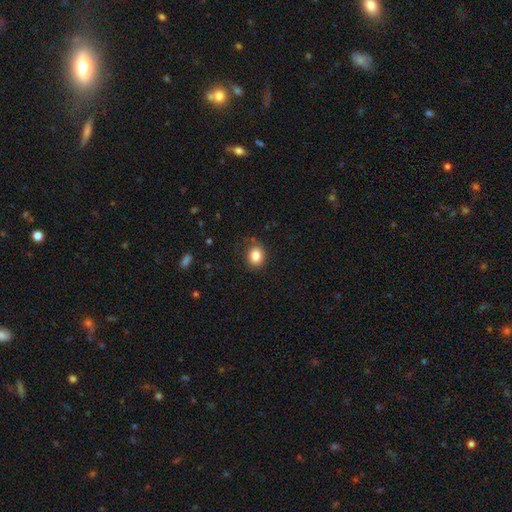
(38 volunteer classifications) smooth-or-featured: smooth: 89% | star or artifact: 8% | featured or disk: 3%
  how-rounded: in between: 53% | round: 44% | cigar-shaped: 3%
  merging: none: 86% | minor disturbance: 9% | major disturbance: 6% | merger: 0%